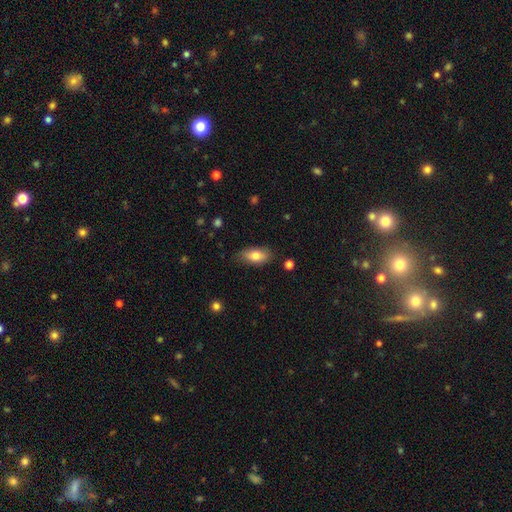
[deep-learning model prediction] Smooth or featured: smooth — 78% (featured or disk — 15%)
How rounded: in between — 87% (cigar-shaped — 9%)
Merging: none — 82% (minor disturbance — 14%)